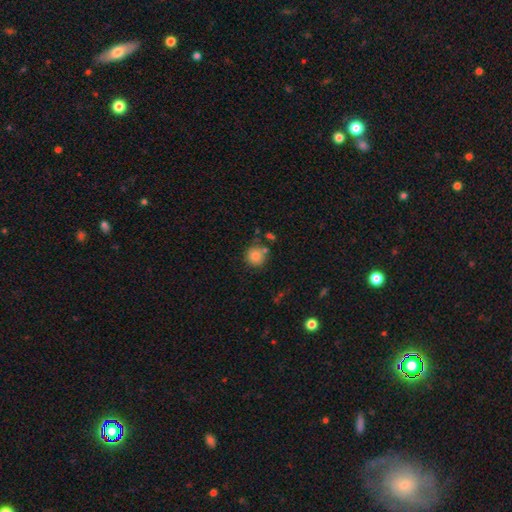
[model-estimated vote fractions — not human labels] This is clearly a smooth galaxy (83%). How rounded: clearly round (92%). Merging: likely none (73%).